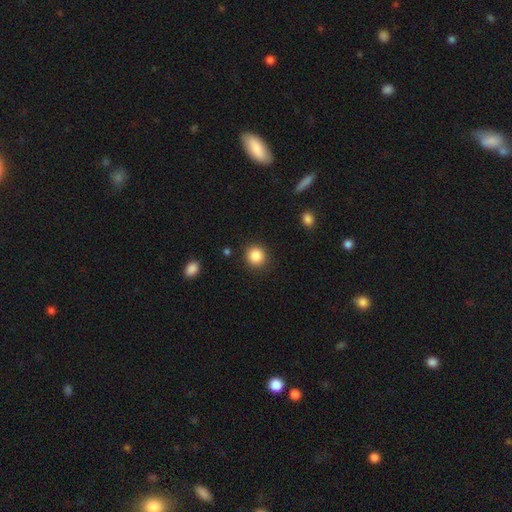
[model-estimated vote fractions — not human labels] The model was most divided on "smooth or featured": smooth: 86%, star or artifact: 10%, featured or disk: 4%. More confident: how rounded — round (92%); merging — none (89%).